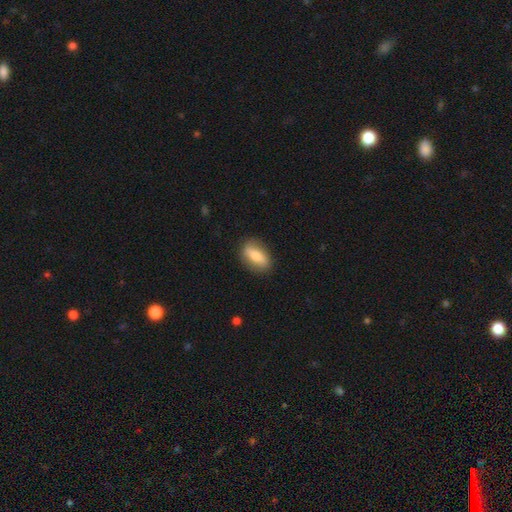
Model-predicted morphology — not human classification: Smooth or featured? Predicted: smooth (p=0.70). How rounded? Predicted: in between (p=0.78). Merging? Predicted: none (p=0.84).